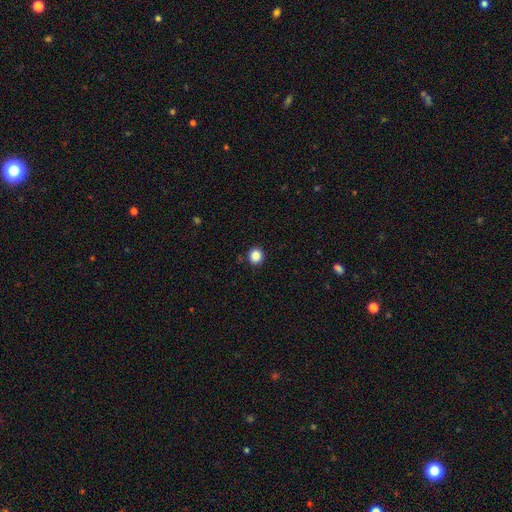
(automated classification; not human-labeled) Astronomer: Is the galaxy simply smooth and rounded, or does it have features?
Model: smooth — 87%.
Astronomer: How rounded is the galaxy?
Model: round — 91%.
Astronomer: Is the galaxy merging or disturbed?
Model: none — 90%.